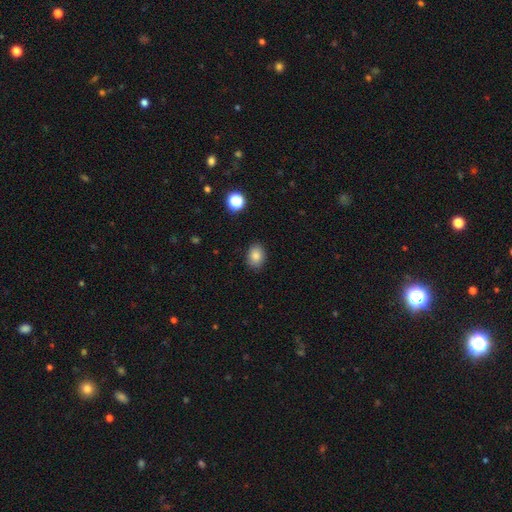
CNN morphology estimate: A smooth galaxy with no disk features (84%) that is in between round and cigar-shaped (64%).

Vote fractions:
- Smooth or featured? smooth: 84% / star or artifact: 10% / featured or disk: 6%
- How rounded? in between: 64% / round: 36% / cigar-shaped: 1%
- Merging? none: 87% / minor disturbance: 10% / major disturbance: 2% / merger: 1%